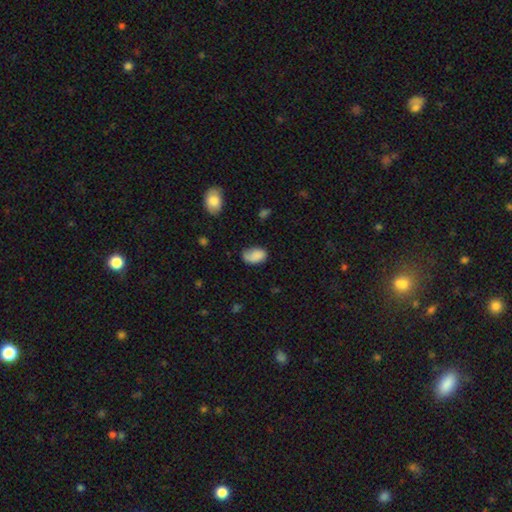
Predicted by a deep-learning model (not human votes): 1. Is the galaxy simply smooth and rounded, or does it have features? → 77% smooth, 15% featured or disk, 8% star or artifact.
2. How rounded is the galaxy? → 89% in between, 9% round, 1% cigar-shaped.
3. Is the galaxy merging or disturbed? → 55% none, 30% minor disturbance, 13% major disturbance, 3% merger.